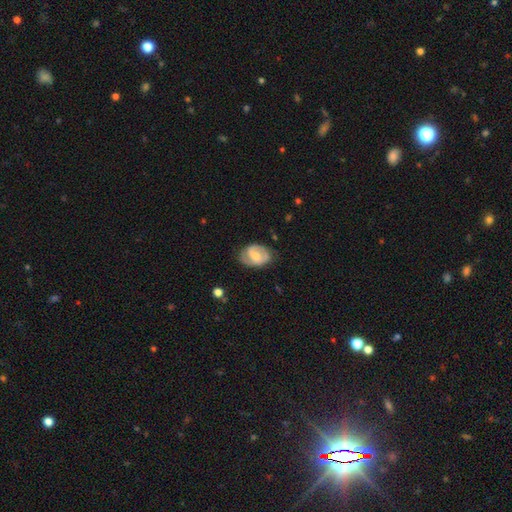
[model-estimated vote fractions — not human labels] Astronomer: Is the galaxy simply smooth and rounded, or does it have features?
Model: featured or disk — 60%.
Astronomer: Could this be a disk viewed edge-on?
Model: no — 96%.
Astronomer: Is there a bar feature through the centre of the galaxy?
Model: weak — 45% (runner-up: no, 36%).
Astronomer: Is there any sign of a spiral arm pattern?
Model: yes — 76%.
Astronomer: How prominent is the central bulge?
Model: moderate — 50% (runner-up: small, 39%).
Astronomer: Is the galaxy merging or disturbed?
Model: none — 66%.